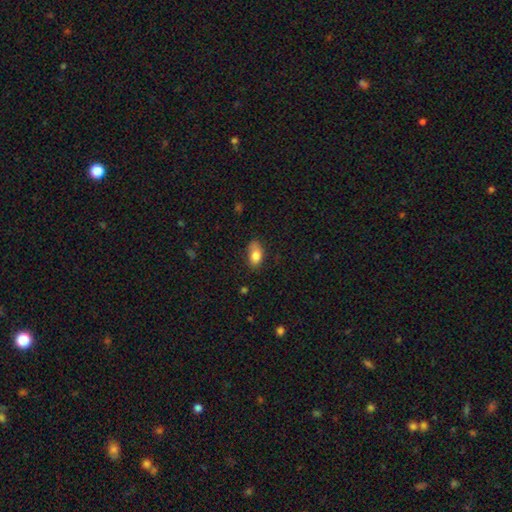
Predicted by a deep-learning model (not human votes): smooth-or-featured: smooth: 81% | featured or disk: 12% | star or artifact: 8%
  how-rounded: in between: 89% | round: 8% | cigar-shaped: 3%
  merging: none: 60% | minor disturbance: 30% | major disturbance: 8% | merger: 2%